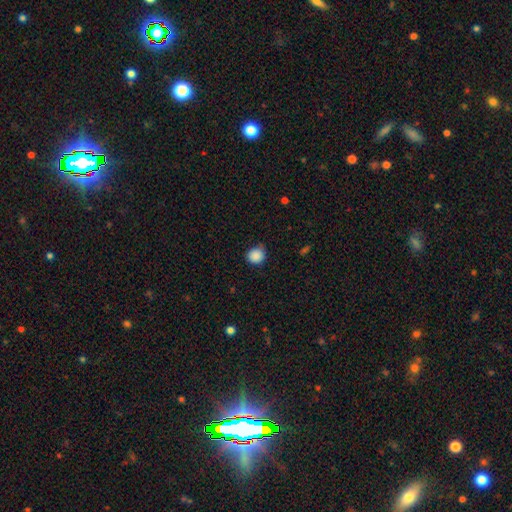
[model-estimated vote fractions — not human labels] Q: Smooth or featured?
A: smooth (88%); runner-up: star or artifact (9%)
Q: How rounded?
A: round (85%); runner-up: in between (14%)
Q: Merging?
A: none (77%); runner-up: minor disturbance (18%)